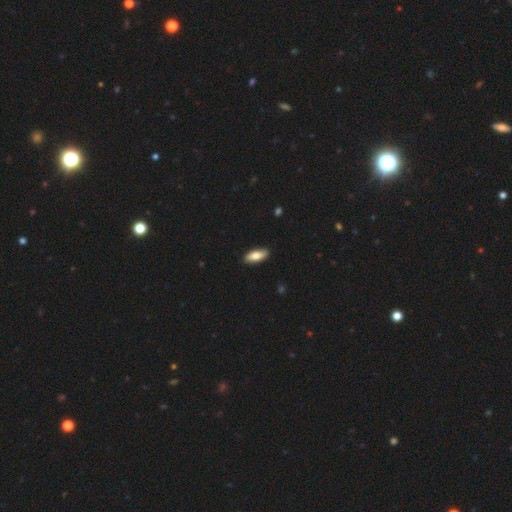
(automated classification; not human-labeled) smooth 78%, featured or disk 16%, star or artifact 6%. Down the decision tree: how rounded — in between (75%); merging — none (89%).